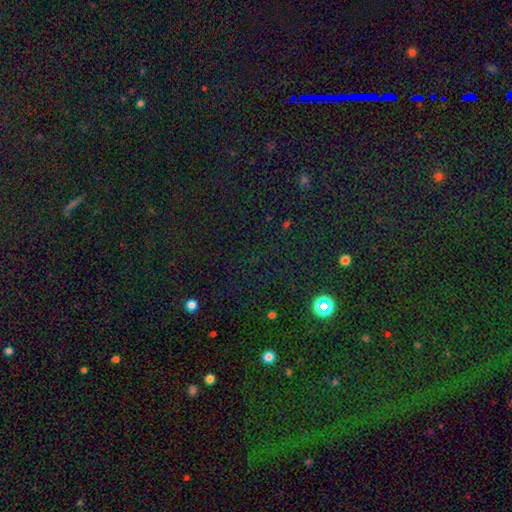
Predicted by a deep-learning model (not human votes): Smooth or featured?
  - star or artifact: 80% *
  - smooth: 13%
  - featured or disk: 7%